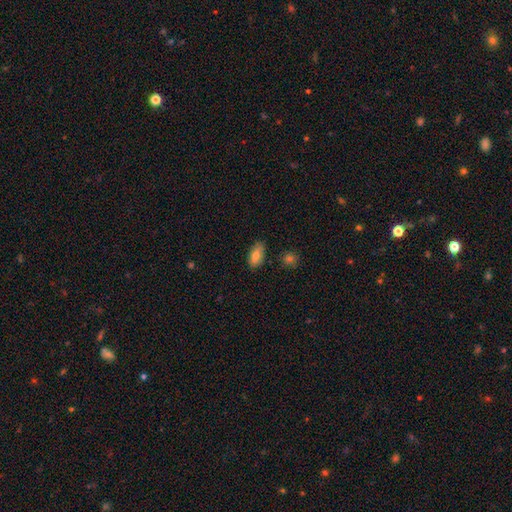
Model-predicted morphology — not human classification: Q: Smooth or featured?
A: smooth (78%); runner-up: featured or disk (14%)
Q: How rounded?
A: in between (87%); runner-up: cigar-shaped (9%)
Q: Merging?
A: none (80%); runner-up: minor disturbance (15%)